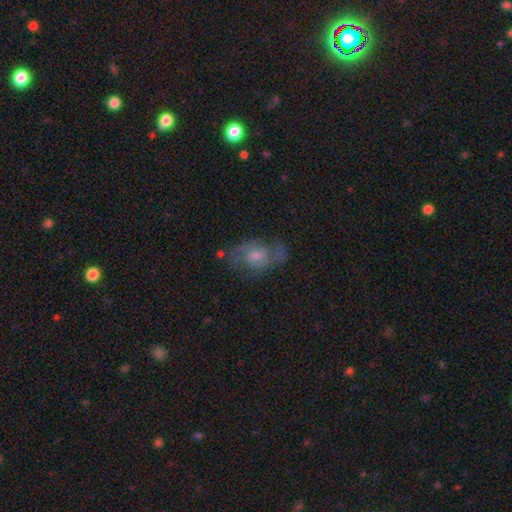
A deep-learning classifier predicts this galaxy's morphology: This appears to be a featured or disk galaxy (68%) with no bar (60%), 2 (79%) medium (50%) spiral arms (87%) and a moderate central bulge (43%). Merging: none (65%).